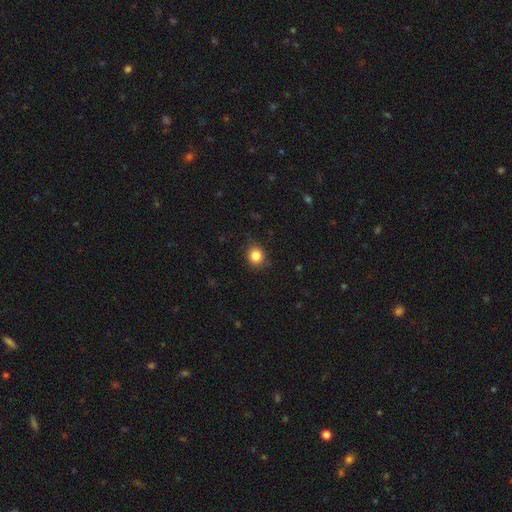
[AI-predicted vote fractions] The model was most divided on "how rounded": round: 82%, in between: 17%, cigar-shaped: 1%. More confident: smooth or featured — smooth (85%); merging — none (83%).